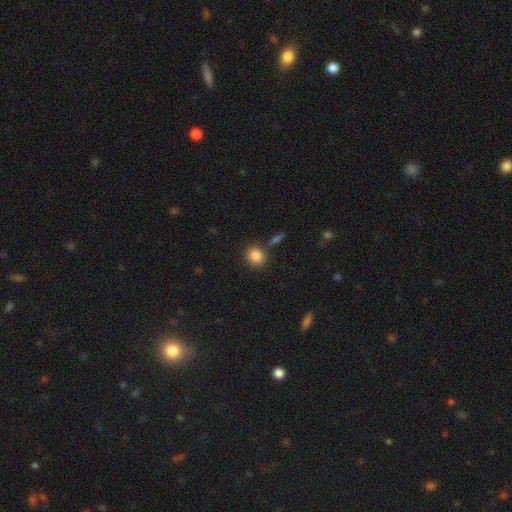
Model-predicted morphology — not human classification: smooth-or-featured: smooth: 86% | star or artifact: 9% | featured or disk: 5%
  how-rounded: round: 72% | in between: 26% | cigar-shaped: 1%
  merging: none: 79% | minor disturbance: 9% | merger: 9% | major disturbance: 3%